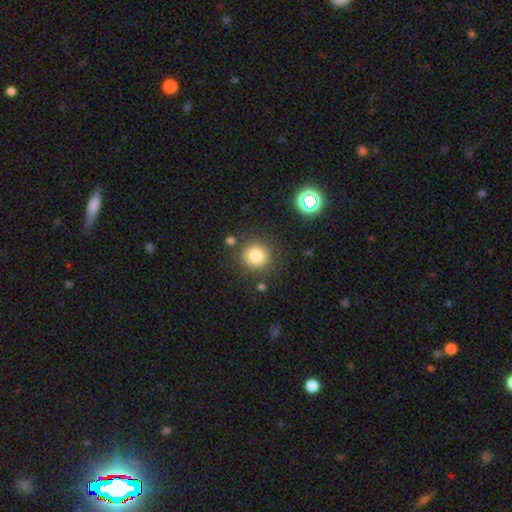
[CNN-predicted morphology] This appears to be a smooth galaxy with no disk features (83%) that is round (93%). Merging: none (85%).